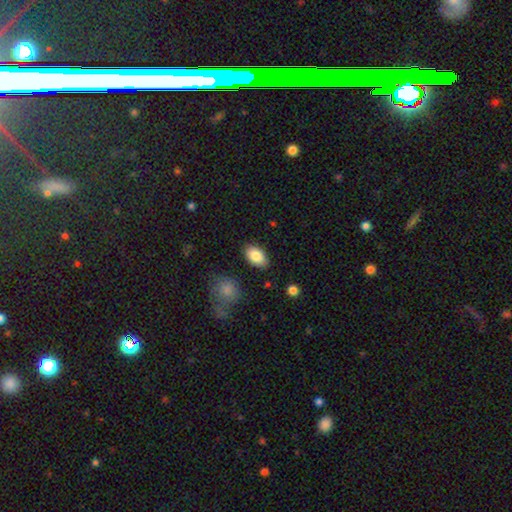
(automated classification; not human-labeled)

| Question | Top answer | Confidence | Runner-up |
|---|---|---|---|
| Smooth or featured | smooth | 86% | featured or disk (7%) |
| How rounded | in between | 93% | round (6%) |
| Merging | none | 85% | minor disturbance (10%) |